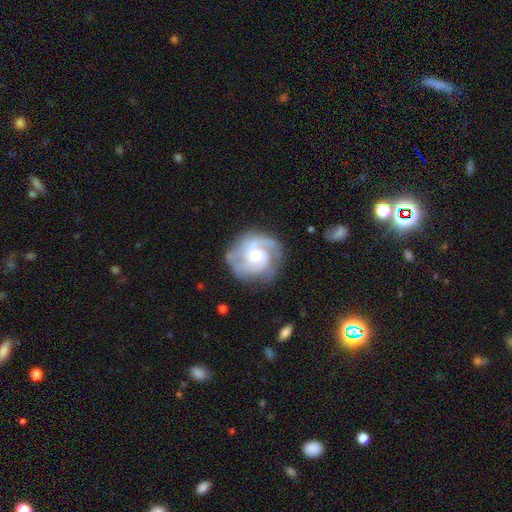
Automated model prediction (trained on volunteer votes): A featured or disk galaxy (87%) with no bar (62%), 2 (46%) tight (47%) spiral arms (97%) and a moderate central bulge (57%).

Vote fractions:
- Smooth or featured? featured or disk: 87% / smooth: 8% / star or artifact: 4%
- Edge-on disk? no: 98% / yes: 2%
- Bar? no: 62% / weak: 33% / strong: 5%
- Spiral arms? yes: 97% / no: 3%
- Spiral winding? tight: 47% / medium: 43% / loose: 10%
- Spiral arm count? 2: 46% / 3: 26% / can't tell: 13% / 1: 7% / 4: 4% / more than 4: 4%
- Bulge size? moderate: 57% / small: 34% / large: 6% / none: 2% / dominant: 1%
- Merging? none: 74% / minor disturbance: 16% / major disturbance: 8% / merger: 2%